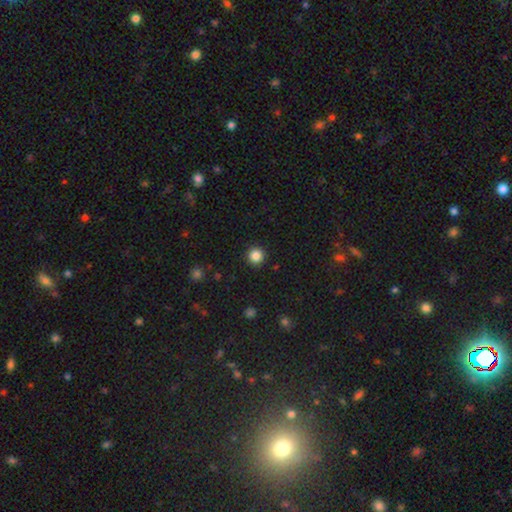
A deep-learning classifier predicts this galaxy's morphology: smooth_or_featured: smooth (p=0.85) [alt: star or artifact p=0.11]
how_rounded: round (p=0.96) [alt: in between p=0.03]
merging: none (p=0.93) [alt: minor disturbance p=0.05]